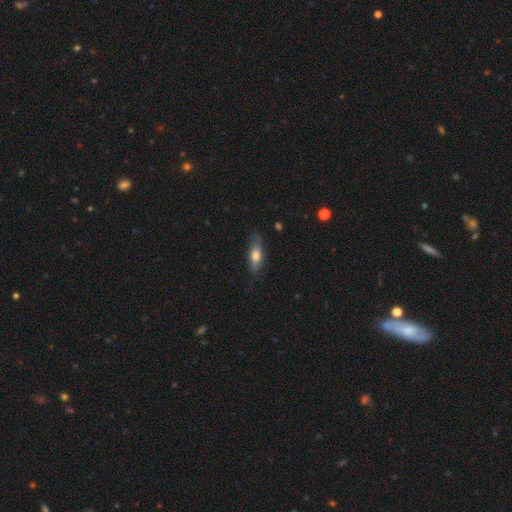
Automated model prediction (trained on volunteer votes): smooth-or-featured: smooth: 68% | featured or disk: 26% | star or artifact: 6%
  how-rounded: in between: 59% | cigar-shaped: 38% | round: 3%
  merging: none: 73% | minor disturbance: 21% | major disturbance: 4% | merger: 1%